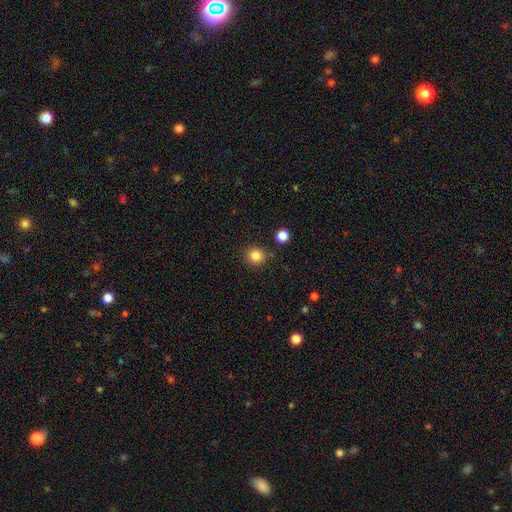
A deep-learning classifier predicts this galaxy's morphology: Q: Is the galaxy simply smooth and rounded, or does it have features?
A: smooth — 84%.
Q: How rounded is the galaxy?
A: round — 91%.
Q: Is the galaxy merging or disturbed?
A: none — 85%.